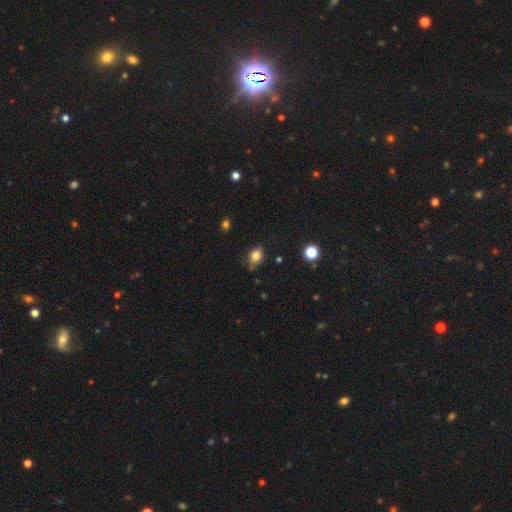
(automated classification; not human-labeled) Morphology: type=smooth (81%); roundness=in between (61%); merging=none (72%).